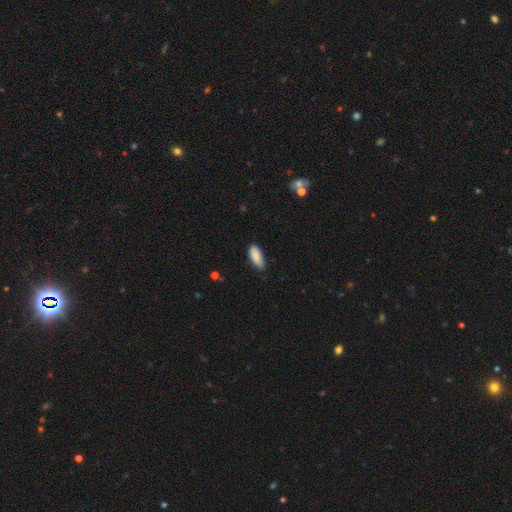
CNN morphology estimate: type=smooth (88%); roundness=in between (81%); merging=none (72%).